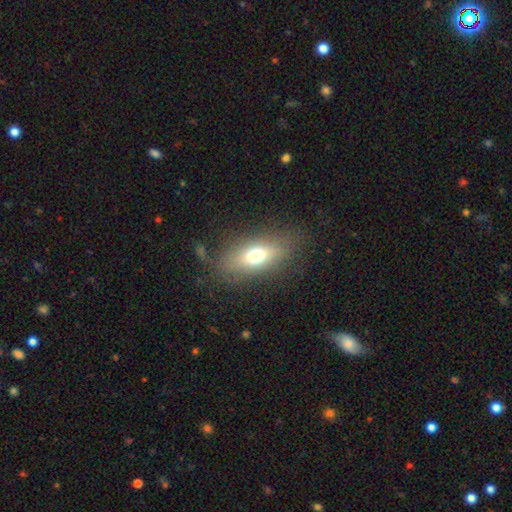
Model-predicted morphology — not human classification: type=smooth (66%); roundness=in between (77%); merging=none (74%).